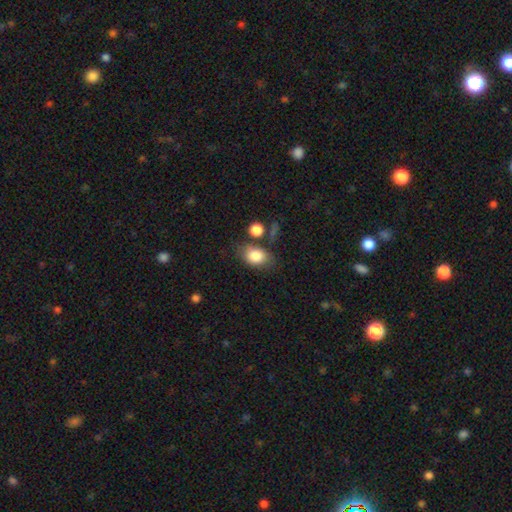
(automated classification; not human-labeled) smooth_or_featured: smooth (p=0.82) [alt: featured or disk p=0.10]
how_rounded: in between (p=0.75) [alt: round p=0.23]
merging: none (p=0.63) [alt: minor disturbance p=0.19]